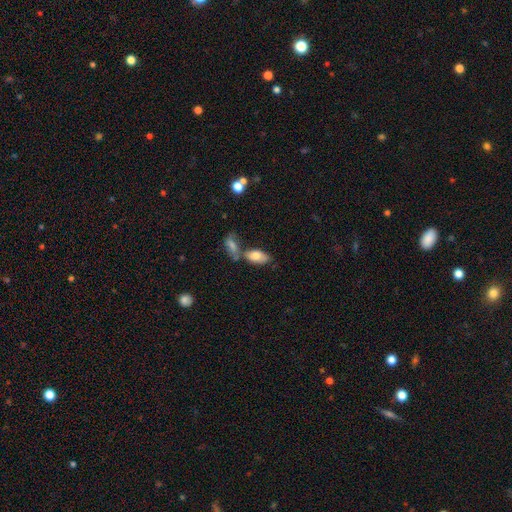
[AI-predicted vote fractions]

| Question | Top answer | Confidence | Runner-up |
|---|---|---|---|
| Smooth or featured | smooth | 77% | featured or disk (16%) |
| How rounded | in between | 92% | cigar-shaped (5%) |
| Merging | none | 43% | merger (37%) |